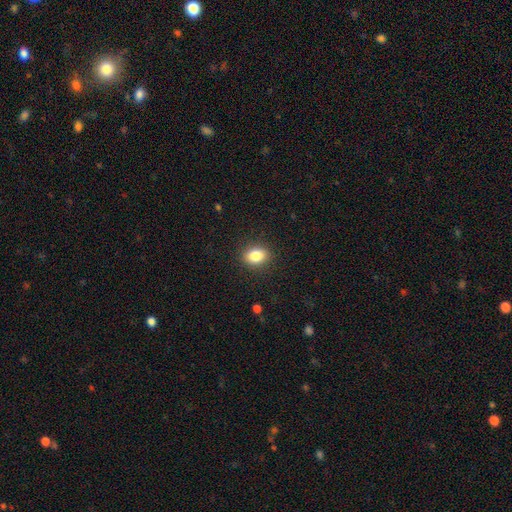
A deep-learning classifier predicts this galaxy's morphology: smooth_or_featured: smooth (p=0.84) [alt: star or artifact p=0.10]
how_rounded: in between (p=0.59) [alt: round p=0.40]
merging: none (p=0.89) [alt: minor disturbance p=0.08]